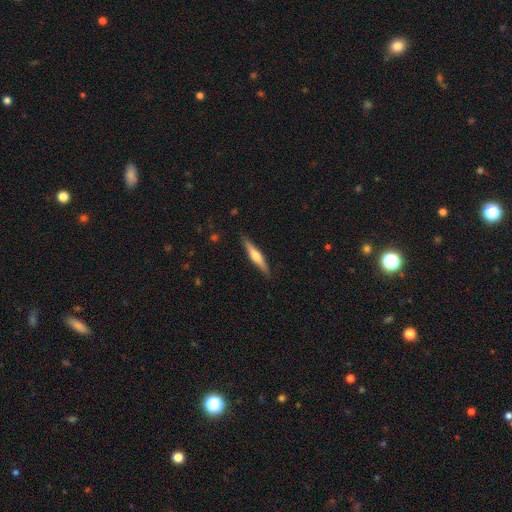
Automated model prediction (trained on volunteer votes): smooth_or_featured: featured or disk (p=0.57) [alt: smooth p=0.38]
disk_edge_on: yes (p=0.97) [alt: no p=0.03]
edge_on_bulge: rounded (p=0.85) [alt: boxy p=0.09]
merging: none (p=0.89) [alt: minor disturbance p=0.08]